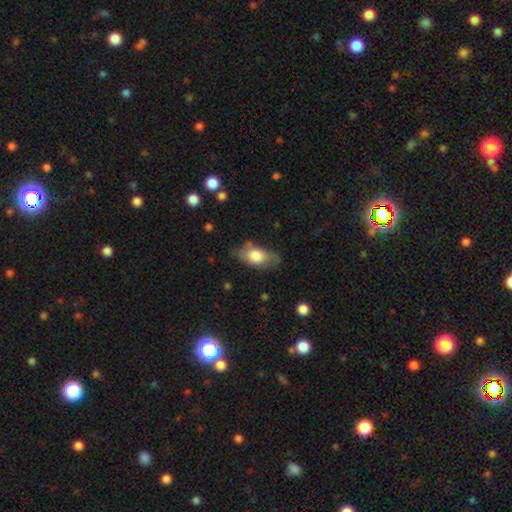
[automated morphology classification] The model was most divided on "merging": none: 62%, minor disturbance: 27%, major disturbance: 8%, merger: 2%. More confident: how rounded — in between (86%); smooth or featured — smooth (72%).